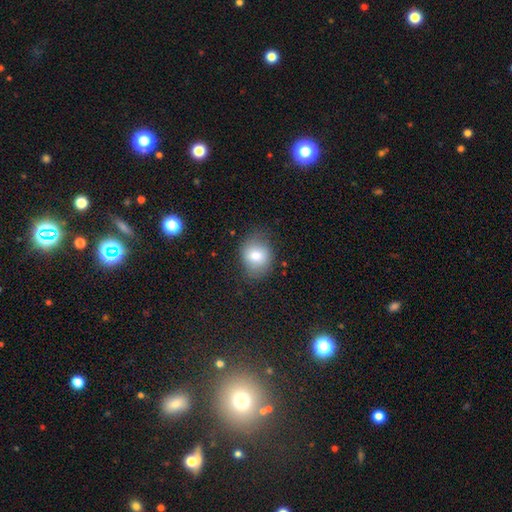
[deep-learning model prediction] smooth-or-featured: smooth: 78% | featured or disk: 12% | star or artifact: 9%
  how-rounded: round: 56% | in between: 43% | cigar-shaped: 1%
  merging: none: 72% | minor disturbance: 20% | major disturbance: 6% | merger: 1%